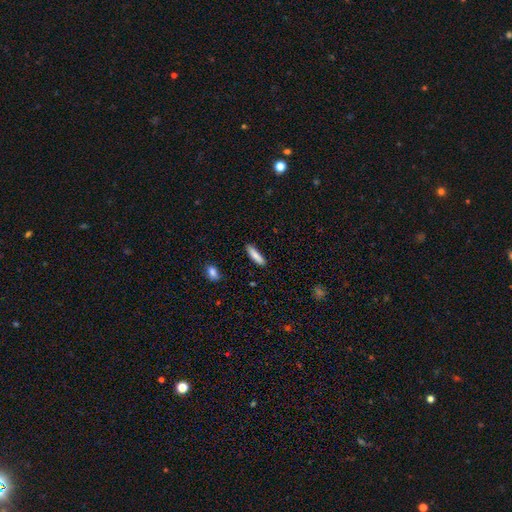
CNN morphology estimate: Smooth or featured? smooth (84%)
How rounded? cigar-shaped (79%)
Merging? none (86%)